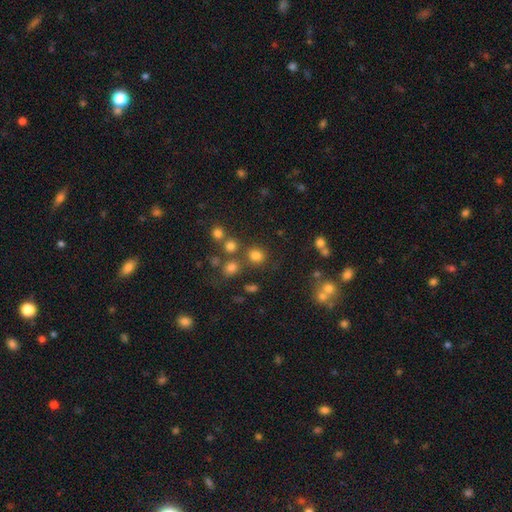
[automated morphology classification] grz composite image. It shows a smooth galaxy with no disk features (77%) that is round (83%). Merging: none (76%).